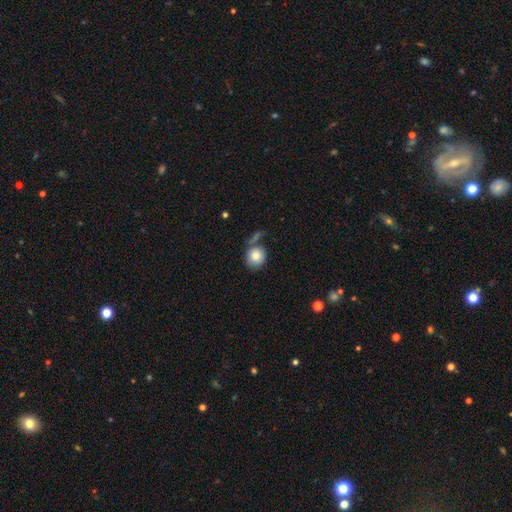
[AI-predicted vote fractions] Smooth or featured? Predicted: smooth (p=0.82). How rounded? Predicted: round (p=0.80). Merging? Predicted: none (p=0.56).